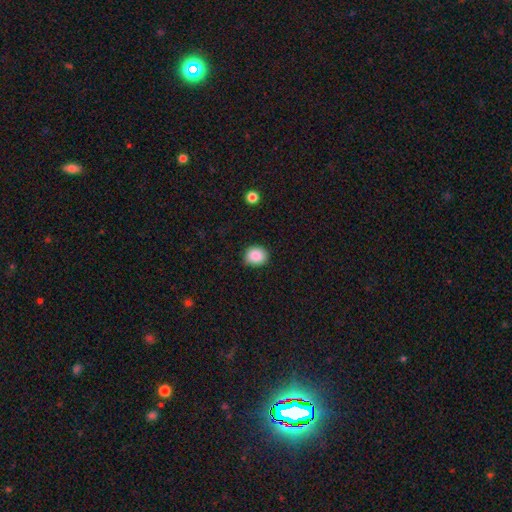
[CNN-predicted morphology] The model was most divided on "how rounded": round: 68%, in between: 31%, cigar-shaped: 1%. More confident: smooth or featured — smooth (88%); merging — none (83%).